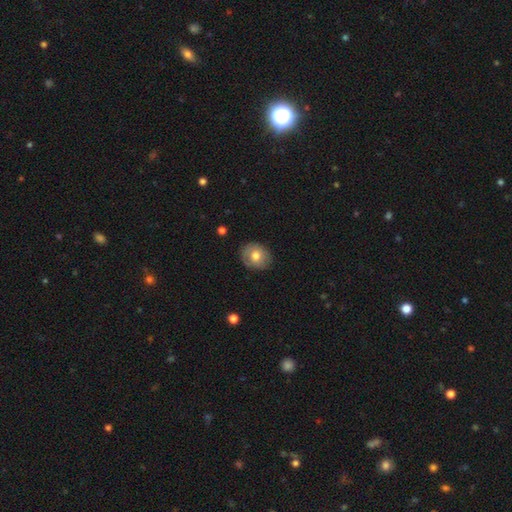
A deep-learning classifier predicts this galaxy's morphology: Overall: smooth (69%). How rounded: round (66%; in between 34%). Merging: none (82%).